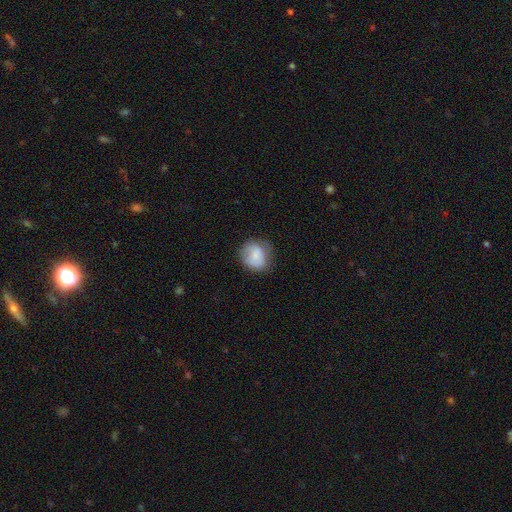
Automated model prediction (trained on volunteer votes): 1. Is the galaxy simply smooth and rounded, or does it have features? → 73% smooth, 19% featured or disk, 8% star or artifact.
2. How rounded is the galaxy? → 74% round, 25% in between, 1% cigar-shaped.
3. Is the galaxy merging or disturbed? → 59% none, 28% minor disturbance, 11% major disturbance, 2% merger.